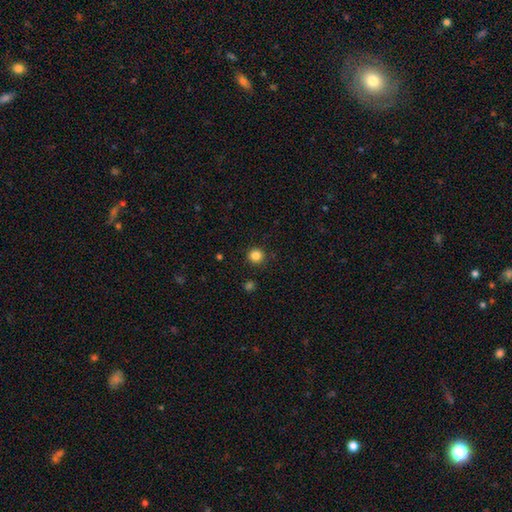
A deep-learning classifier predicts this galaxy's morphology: A smooth galaxy with no disk features (84%) that is round (94%).

Vote fractions:
- Smooth or featured? smooth: 84% / star or artifact: 12% / featured or disk: 4%
- How rounded? round: 94% / in between: 5% / cigar-shaped: 1%
- Merging? none: 91% / minor disturbance: 6% / major disturbance: 2% / merger: 1%